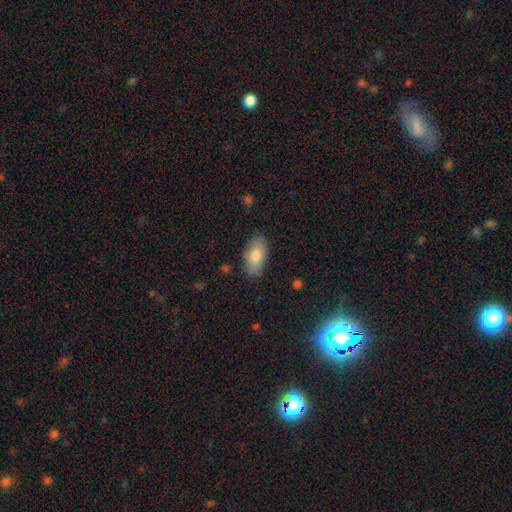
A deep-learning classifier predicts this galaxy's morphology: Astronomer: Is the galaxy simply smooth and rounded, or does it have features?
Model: smooth — 78%.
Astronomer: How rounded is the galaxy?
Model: in between — 93%.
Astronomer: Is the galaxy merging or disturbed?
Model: none — 85%.